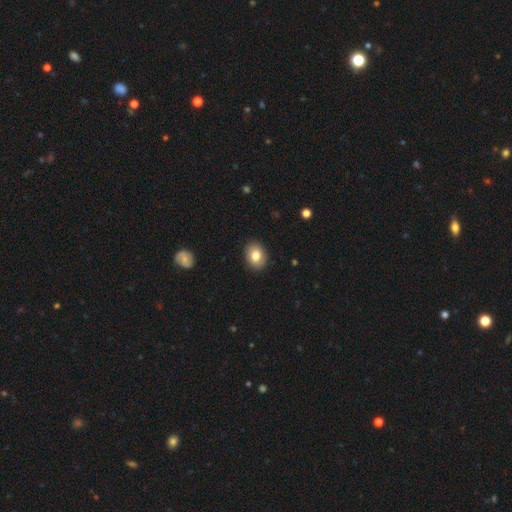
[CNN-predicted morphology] A smooth galaxy with no disk features (81%) that is in between round and cigar-shaped (59%).

Vote fractions:
- Smooth or featured? smooth: 81% / featured or disk: 11% / star or artifact: 8%
- How rounded? in between: 59% / round: 40% / cigar-shaped: 1%
- Merging? none: 90% / minor disturbance: 8% / major disturbance: 2% / merger: 1%